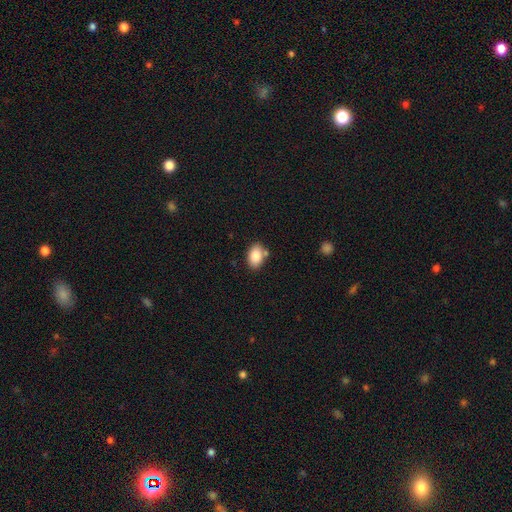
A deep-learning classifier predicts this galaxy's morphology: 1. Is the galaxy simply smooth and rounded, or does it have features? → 87% smooth, 7% star or artifact, 6% featured or disk.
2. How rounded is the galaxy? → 89% in between, 10% round, 1% cigar-shaped.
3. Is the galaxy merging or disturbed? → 74% none, 14% minor disturbance, 10% merger, 3% major disturbance.